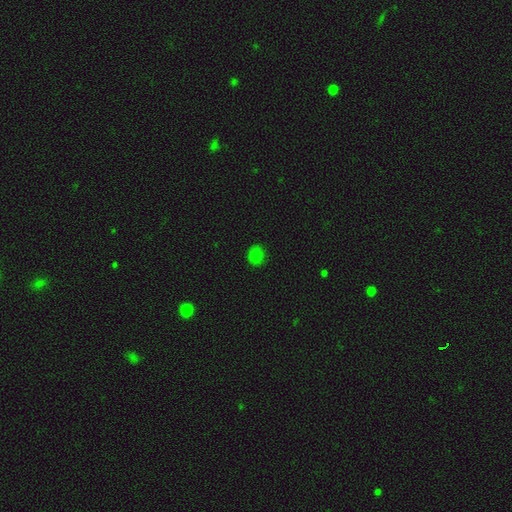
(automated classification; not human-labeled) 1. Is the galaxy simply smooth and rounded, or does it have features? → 81% smooth, 15% star or artifact, 5% featured or disk.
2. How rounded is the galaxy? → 79% round, 20% in between, 1% cigar-shaped.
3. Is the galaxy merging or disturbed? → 85% none, 11% minor disturbance, 2% major disturbance, 1% merger.